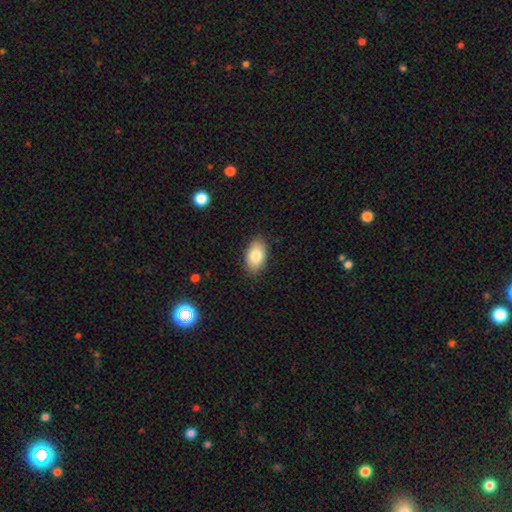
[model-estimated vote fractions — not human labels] smooth 81%, featured or disk 11%, star or artifact 7%. Down the decision tree: how rounded — in between (92%); merging — none (87%).